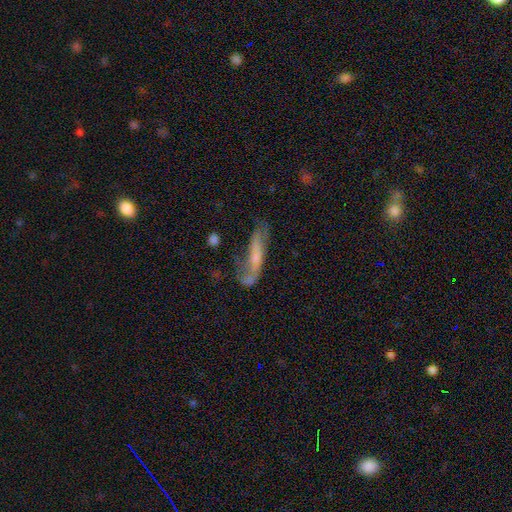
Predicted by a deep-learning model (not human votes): smooth-or-featured: featured or disk: 51% | smooth: 42% | star or artifact: 8%
  disk-edge-on: no: 57% | yes: 43%
  merging: none: 37% | major disturbance: 29% | minor disturbance: 25% | merger: 9%